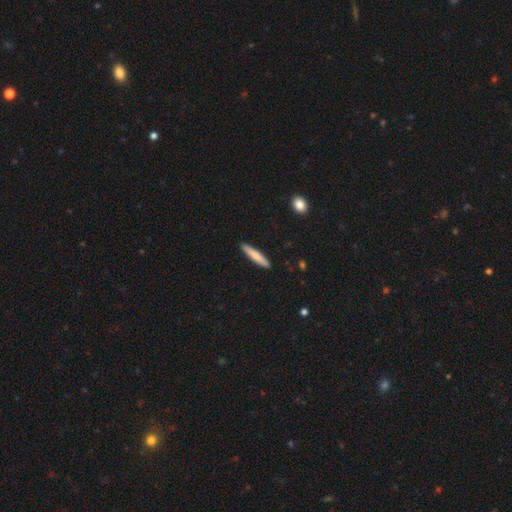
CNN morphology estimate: type=smooth (77%); roundness=cigar-shaped (92%); merging=none (91%).